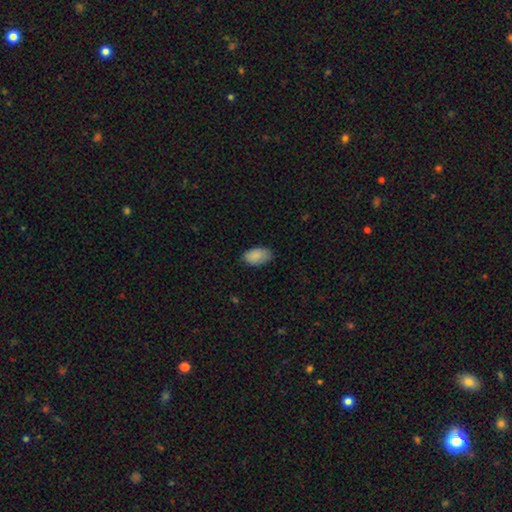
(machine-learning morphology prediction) This is clearly a smooth galaxy (88%). How rounded: clearly in between (93%). Merging: likely none (73%).